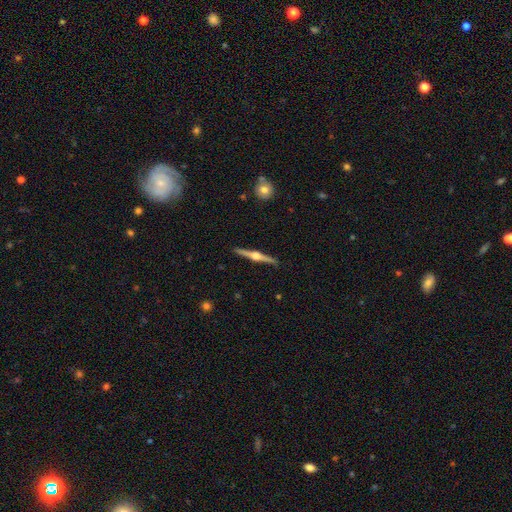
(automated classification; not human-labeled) Smooth or featured? featured or disk (83%)
Edge-on disk? yes (98%)
Edge-on bulge? rounded (93%)
Merging? none (91%)